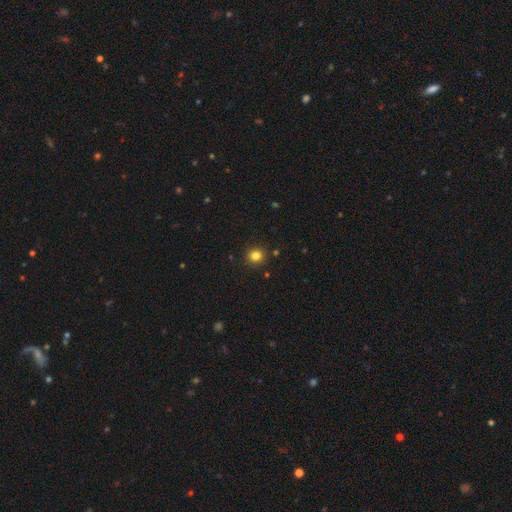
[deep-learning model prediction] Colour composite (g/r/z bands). It shows a smooth galaxy with no disk features (82%) that is round (86%). Merging: none (90%).